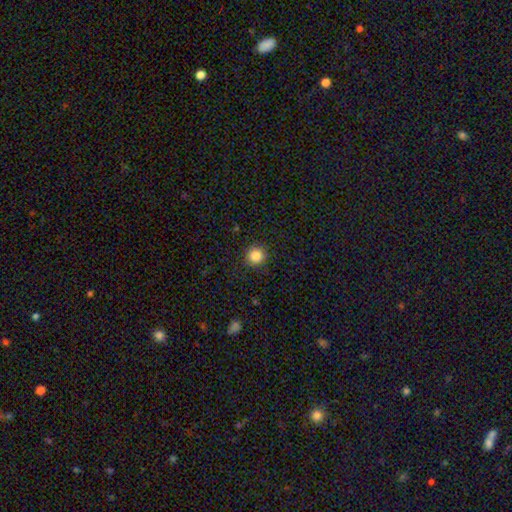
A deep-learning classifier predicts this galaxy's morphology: Q: Smooth or featured?
A: smooth (86%); runner-up: star or artifact (10%)
Q: How rounded?
A: round (93%); runner-up: in between (6%)
Q: Merging?
A: none (90%); runner-up: minor disturbance (7%)